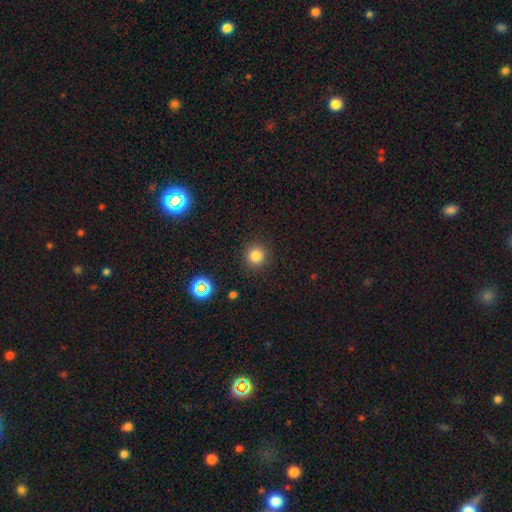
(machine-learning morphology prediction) smooth_or_featured: smooth (p=0.81) [alt: star or artifact p=0.14]
how_rounded: round (p=0.94) [alt: in between p=0.06]
merging: none (p=0.90) [alt: minor disturbance p=0.06]